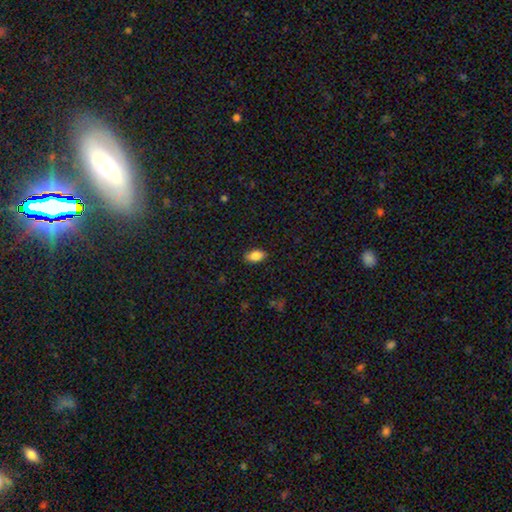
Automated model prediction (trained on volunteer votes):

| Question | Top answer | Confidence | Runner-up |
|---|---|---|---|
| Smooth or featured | smooth | 86% | star or artifact (8%) |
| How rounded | in between | 91% | round (6%) |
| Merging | none | 86% | minor disturbance (11%) |